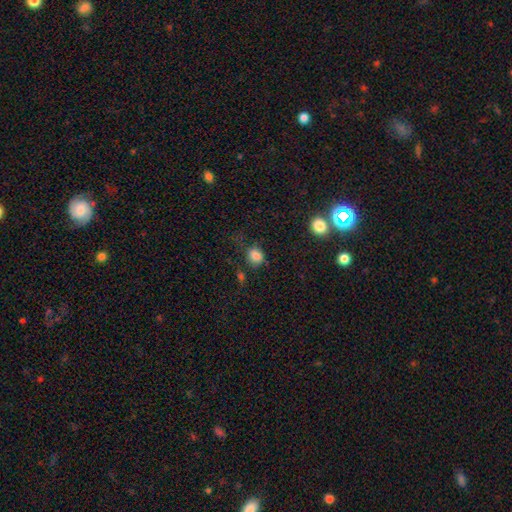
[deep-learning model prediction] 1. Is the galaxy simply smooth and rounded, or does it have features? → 81% smooth, 13% star or artifact, 6% featured or disk.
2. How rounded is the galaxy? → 63% round, 35% in between, 1% cigar-shaped.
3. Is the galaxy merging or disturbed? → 67% none, 20% minor disturbance, 8% major disturbance, 6% merger.